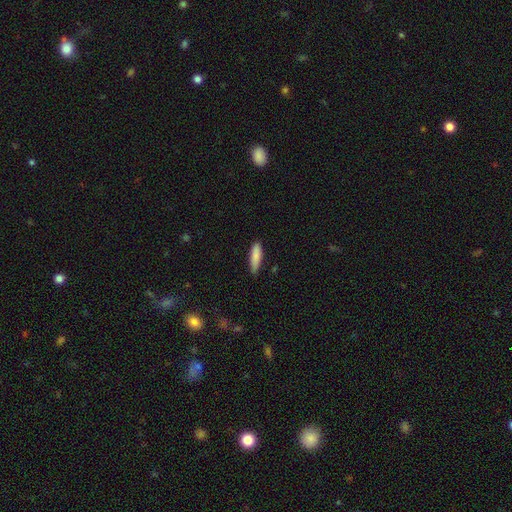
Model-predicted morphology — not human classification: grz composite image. It shows a smooth galaxy with no disk features (86%) that is cigar-shaped (67%). Merging: none (79%).